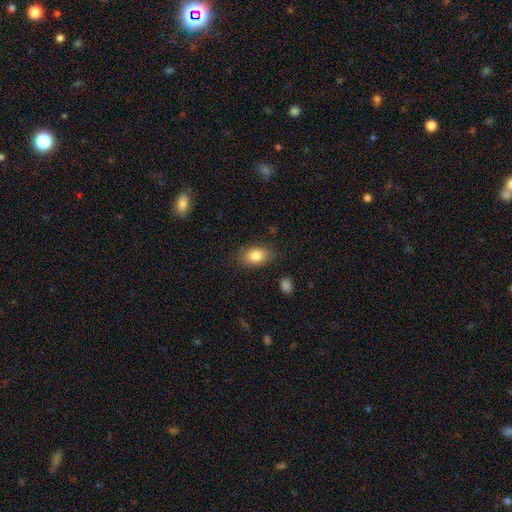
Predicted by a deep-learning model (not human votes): This appears to be a smooth galaxy with no disk features (83%) that is in between round and cigar-shaped (84%). Merging: none (80%).